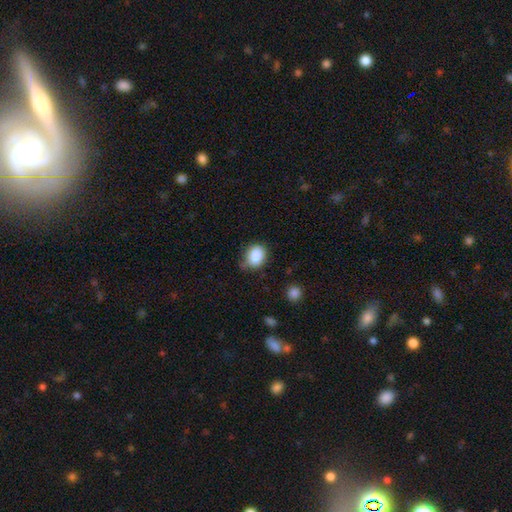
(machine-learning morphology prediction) Smooth or featured? Predicted: smooth (p=0.88). How rounded? Predicted: in between (p=0.63). Merging? Predicted: none (p=0.67).